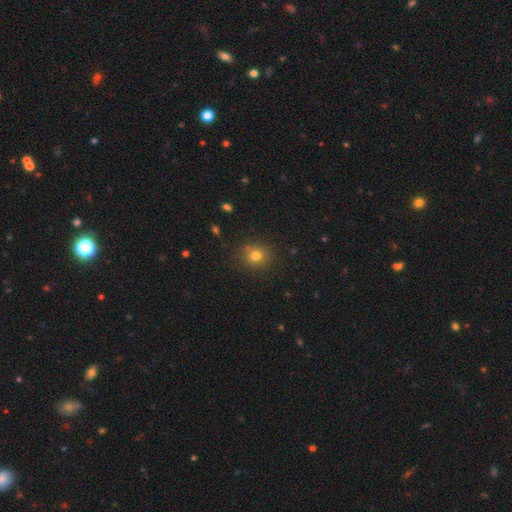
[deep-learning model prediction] smooth-or-featured: smooth: 77% | star or artifact: 15% | featured or disk: 8%
  how-rounded: round: 85% | in between: 14% | cigar-shaped: 1%
  merging: none: 83% | minor disturbance: 10% | merger: 4% | major disturbance: 3%